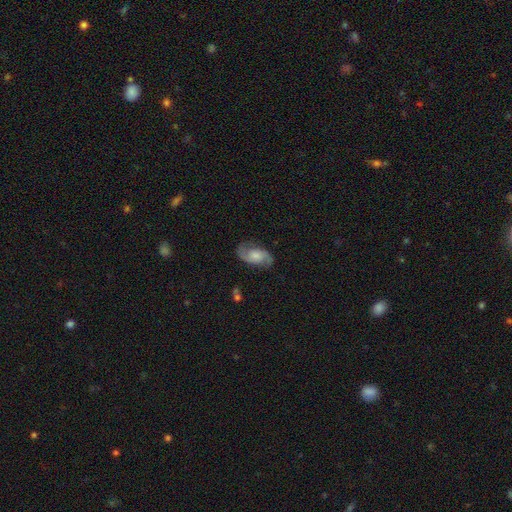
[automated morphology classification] A featured or disk galaxy (75%) with no bar (61%), 2 (91%) medium (47%) spiral arms (94%) and a moderate central bulge (35%). Merging: none (77%).